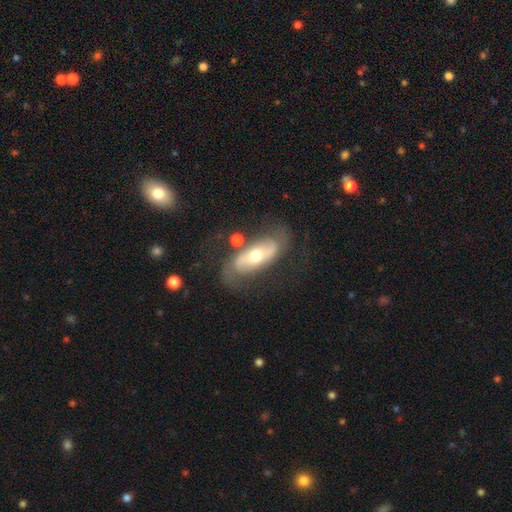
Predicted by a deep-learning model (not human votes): This appears to be a featured or disk galaxy (69%) with no bar (51%), spiral arms (76%) and a moderate central bulge (70%). Merging: none (63%).